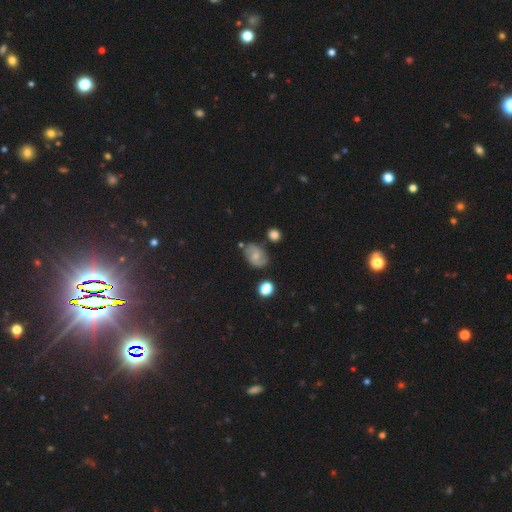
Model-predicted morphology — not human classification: featured or disk 49%, smooth 39%, star or artifact 11%. Down the decision tree: merging — none (71%).